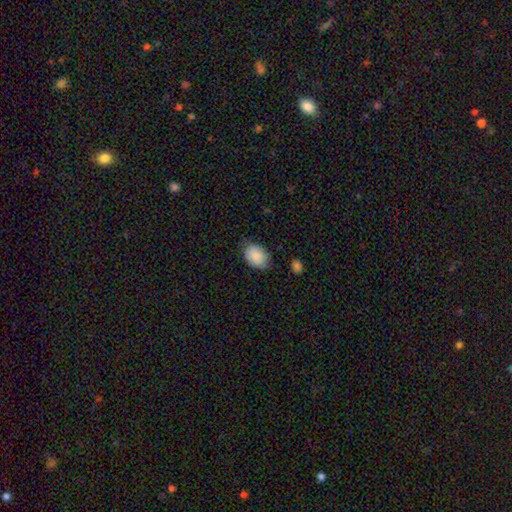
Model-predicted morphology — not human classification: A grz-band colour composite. It shows a smooth galaxy with no disk features (87%) that is in between round and cigar-shaped (79%). Merging: none (75%).